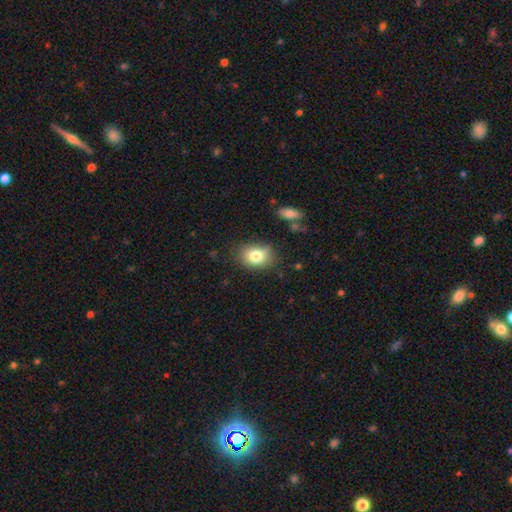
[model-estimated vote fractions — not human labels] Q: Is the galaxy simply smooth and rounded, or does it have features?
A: smooth — 79%.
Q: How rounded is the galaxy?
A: in between — 63%.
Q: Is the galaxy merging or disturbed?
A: none — 72%.